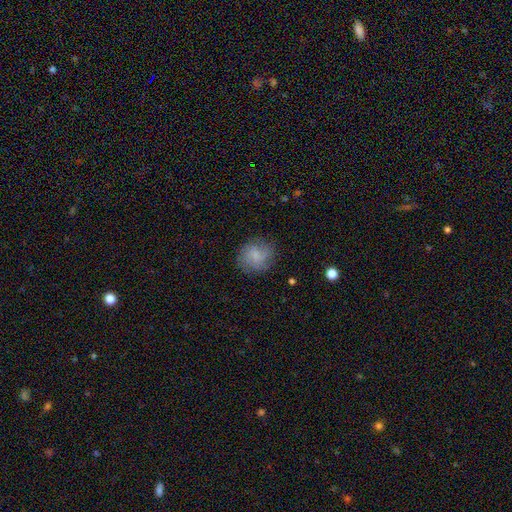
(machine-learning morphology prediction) smooth-or-featured: smooth: 56% | featured or disk: 35% | star or artifact: 9%
  how-rounded: round: 83% | in between: 16% | cigar-shaped: 1%
  merging: none: 77% | minor disturbance: 16% | major disturbance: 6% | merger: 1%